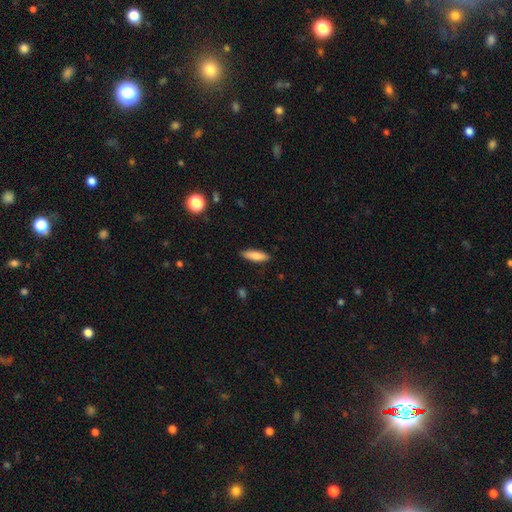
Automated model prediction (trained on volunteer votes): Smooth or featured? smooth (83%)
How rounded? cigar-shaped (51%)
Merging? none (87%)